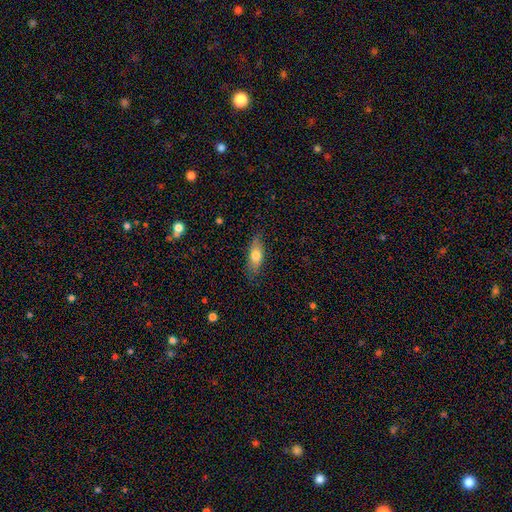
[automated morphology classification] Q: Smooth or featured?
A: smooth (72%); runner-up: featured or disk (22%)
Q: How rounded?
A: in between (72%); runner-up: cigar-shaped (25%)
Q: Merging?
A: none (79%); runner-up: minor disturbance (16%)